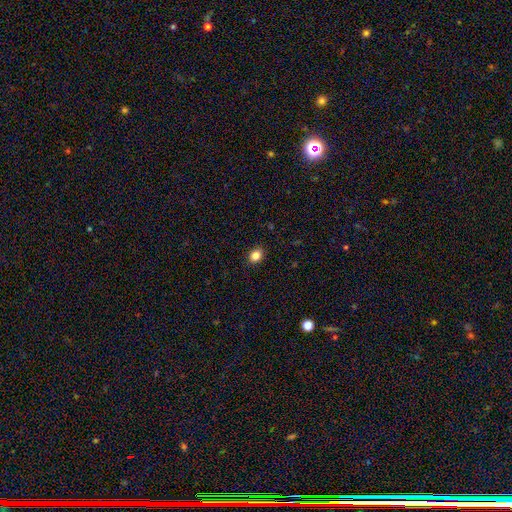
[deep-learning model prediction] A smooth galaxy with no disk features (84%) that is in between round and cigar-shaped (52%). Merging: none (90%).